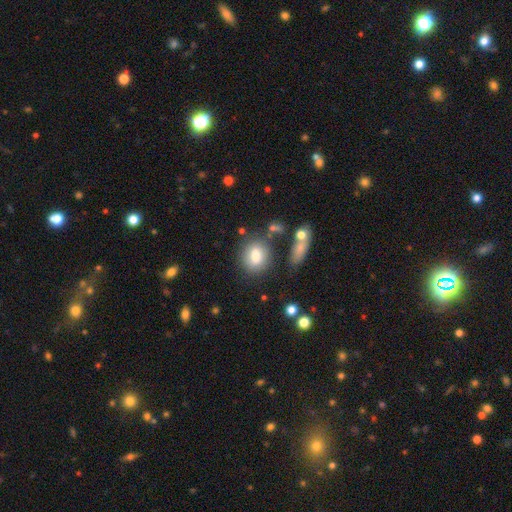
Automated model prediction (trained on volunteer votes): Smooth or featured? Predicted: smooth (p=0.79). How rounded? Predicted: in between (p=0.53). Merging? Predicted: none (p=0.71).